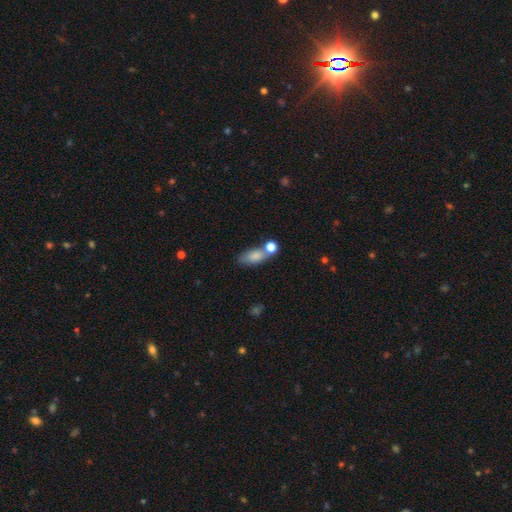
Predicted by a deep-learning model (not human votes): Smooth or featured? Predicted: smooth (p=0.81). How rounded? Predicted: in between (p=0.78). Merging? Predicted: none (p=0.51).